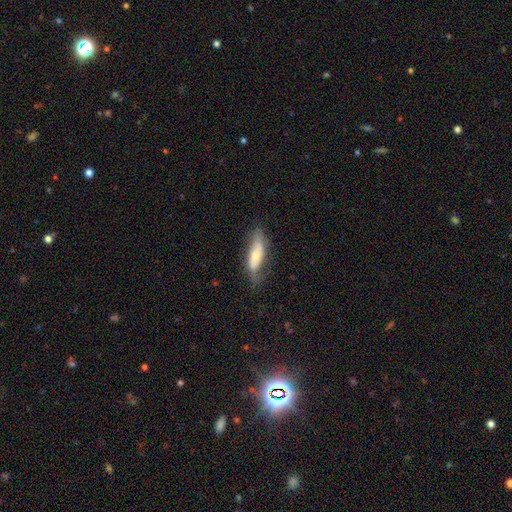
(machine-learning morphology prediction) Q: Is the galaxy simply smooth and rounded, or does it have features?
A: smooth — 52%.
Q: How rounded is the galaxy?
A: in between — 54%.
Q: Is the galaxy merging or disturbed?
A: none — 60%.